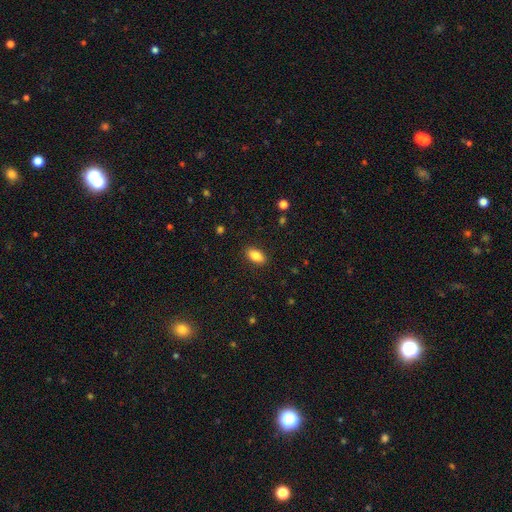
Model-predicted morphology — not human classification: smooth 85%, star or artifact 8%, featured or disk 7%. Down the decision tree: how rounded — in between (90%); merging — none (89%).